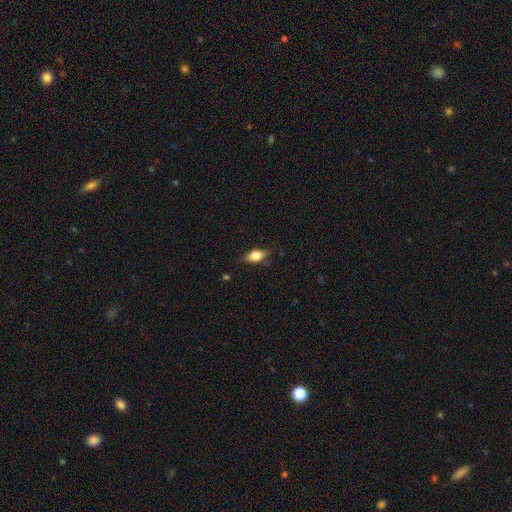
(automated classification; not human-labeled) Morphology: type=smooth (67%); roundness=in between (81%); merging=none (76%).